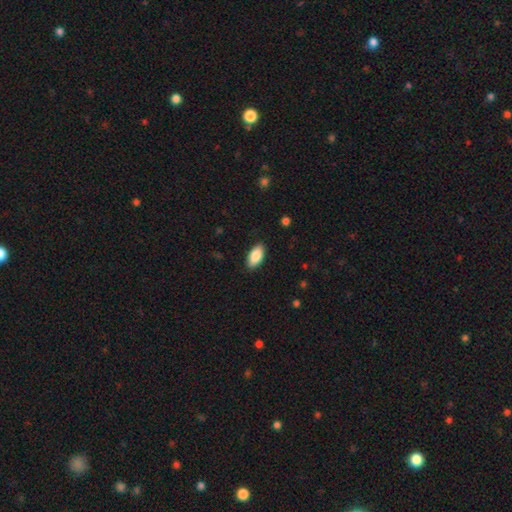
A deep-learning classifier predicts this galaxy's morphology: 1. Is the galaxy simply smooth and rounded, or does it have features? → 86% smooth, 7% featured or disk, 6% star or artifact.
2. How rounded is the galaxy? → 91% in between, 6% cigar-shaped, 2% round.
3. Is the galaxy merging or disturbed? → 88% none, 9% minor disturbance, 2% major disturbance, 1% merger.